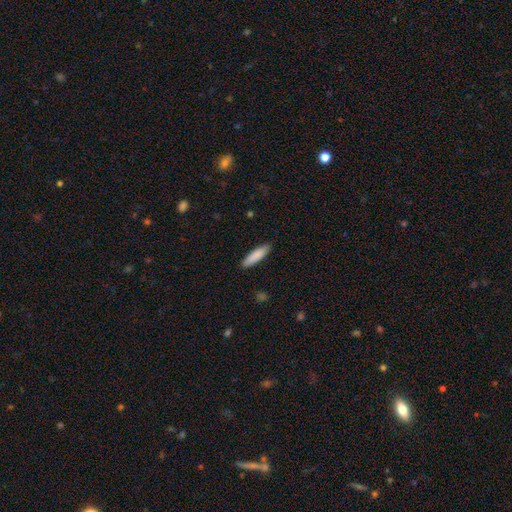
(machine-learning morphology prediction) Smooth or featured: smooth — 87% (featured or disk — 8%)
How rounded: cigar-shaped — 69% (in between — 29%)
Merging: none — 88% (minor disturbance — 9%)